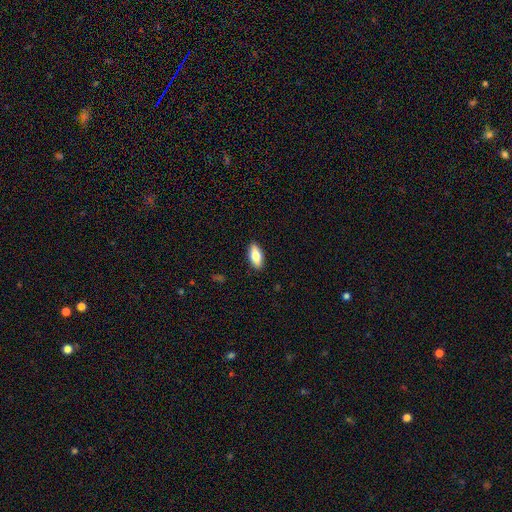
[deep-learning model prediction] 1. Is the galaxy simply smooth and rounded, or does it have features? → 78% smooth, 15% featured or disk, 6% star or artifact.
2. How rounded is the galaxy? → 84% in between, 13% cigar-shaped, 3% round.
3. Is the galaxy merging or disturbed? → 89% none, 8% minor disturbance, 2% major disturbance, 1% merger.